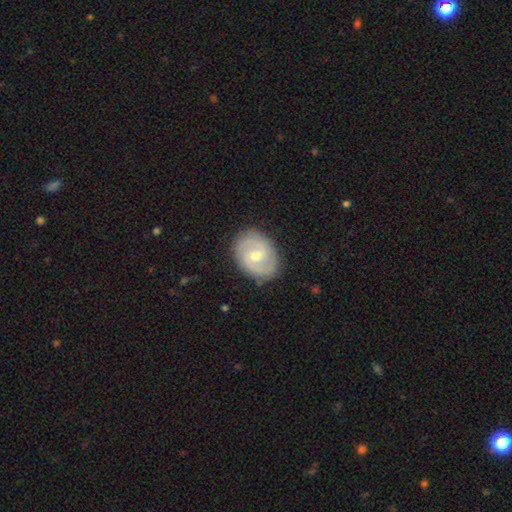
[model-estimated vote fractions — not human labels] Smooth or featured? Predicted: featured or disk (p=0.70). Edge-on disk? Predicted: no (p=0.97). Bar? Predicted: no (p=0.52). Spiral arms? Predicted: yes (p=0.86). Spiral winding? Predicted: tight (p=0.47). Spiral arm count? Predicted: 2 (p=0.78). Bulge size? Predicted: moderate (p=0.59). Merging? Predicted: none (p=0.85).